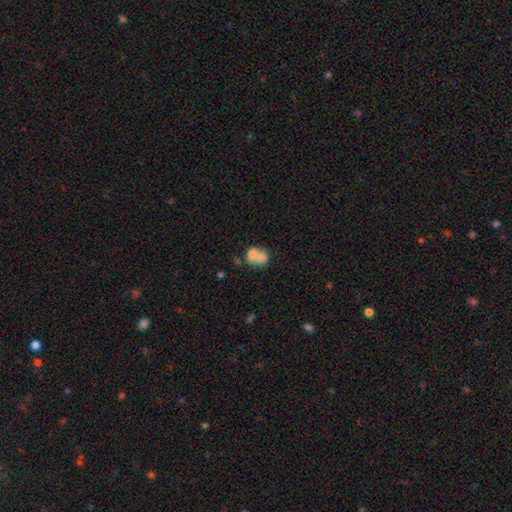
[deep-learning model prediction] The model was most divided on "how rounded": round: 57%, in between: 42%, cigar-shaped: 1%. More confident: smooth or featured — smooth (70%); merging — merger (56%).